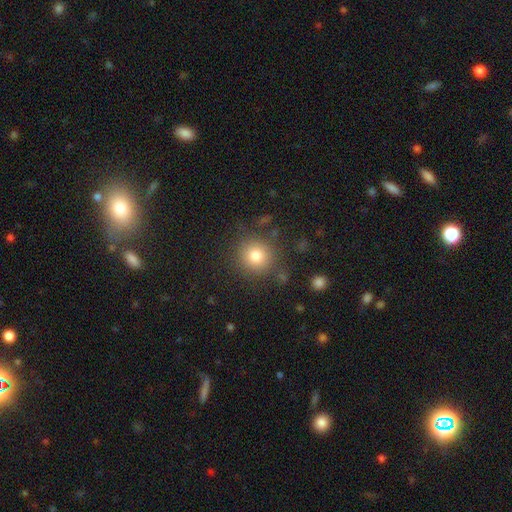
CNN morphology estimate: This appears to be a smooth galaxy with no disk features (80%) that is round (92%). Merging: none (83%).